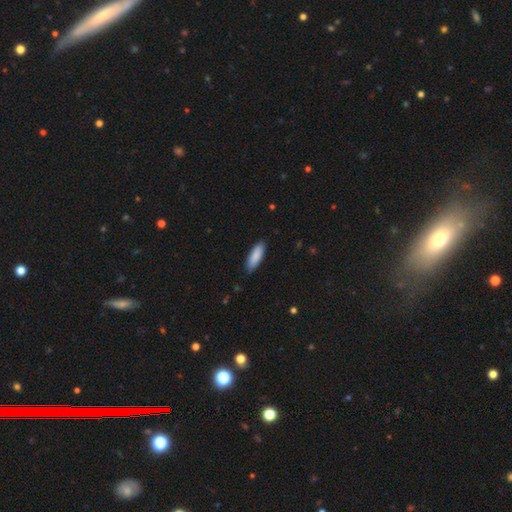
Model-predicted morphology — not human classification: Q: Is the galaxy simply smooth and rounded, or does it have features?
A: smooth — 89%.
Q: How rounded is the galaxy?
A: in between — 59%.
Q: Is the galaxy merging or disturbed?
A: none — 87%.